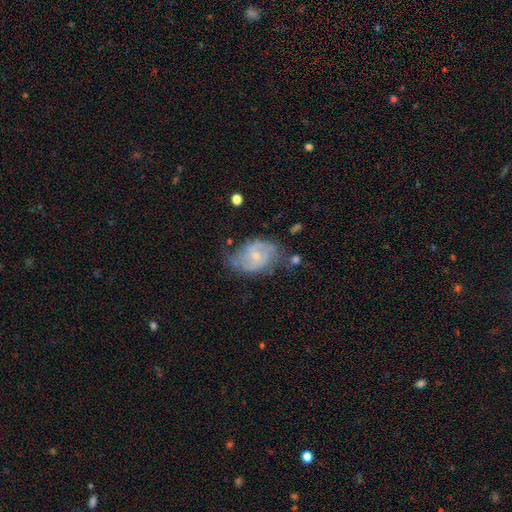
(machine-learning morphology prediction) Smooth or featured? featured or disk (70%)
Edge-on disk? no (97%)
Bar? no (59%)
Spiral arms? yes (86%)
Spiral winding? medium (43%)
Spiral arm count? 2 (68%)
Bulge size? small (67%)
Merging? none (58%)